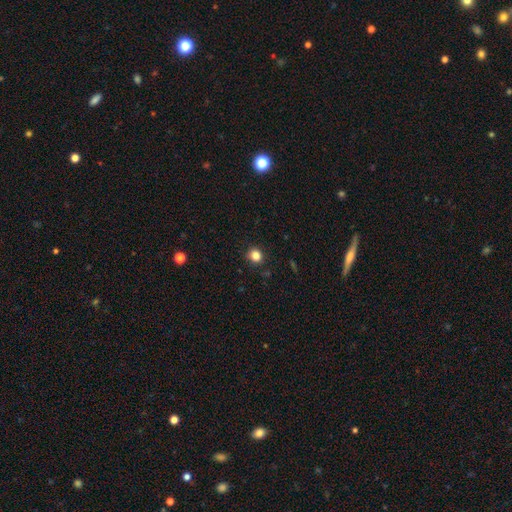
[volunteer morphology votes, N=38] smooth 95%, star or artifact 5%, featured or disk 0%. Down the decision tree: how rounded — round (86%); merging — none (89%).